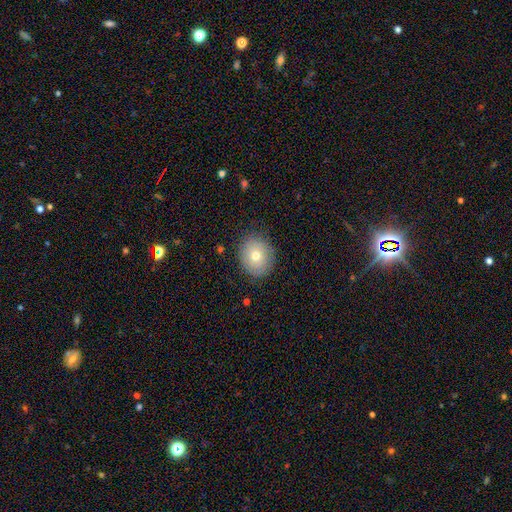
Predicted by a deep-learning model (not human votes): Q: Smooth or featured?
A: smooth (68%); runner-up: featured or disk (23%)
Q: How rounded?
A: round (71%); runner-up: in between (28%)
Q: Merging?
A: none (83%); runner-up: minor disturbance (12%)